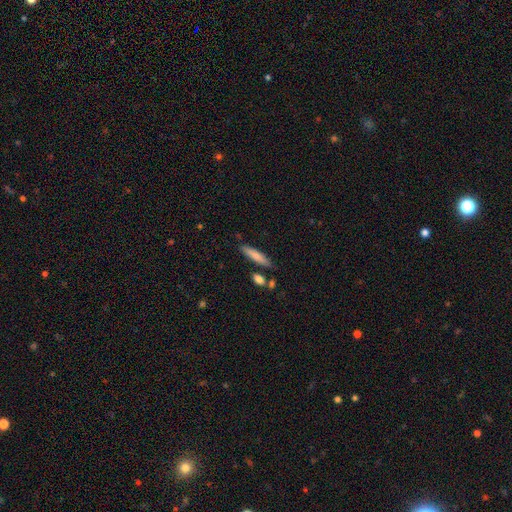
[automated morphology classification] Smooth or featured? Predicted: smooth (p=0.77). How rounded? Predicted: cigar-shaped (p=0.85). Merging? Predicted: none (p=0.80).